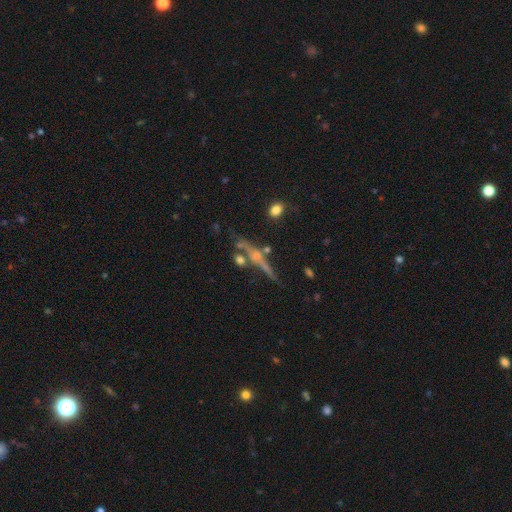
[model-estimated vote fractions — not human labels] featured or disk 70%, smooth 17%, star or artifact 13%. Down the decision tree: edge-on disk — yes (91%); edge-on bulge — rounded (67%); merging — none (67%).